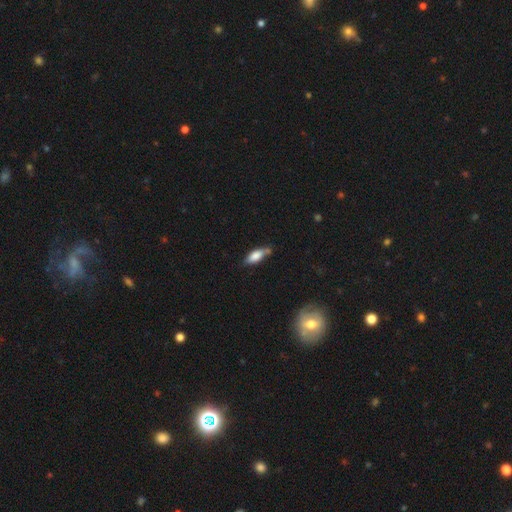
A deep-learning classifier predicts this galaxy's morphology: smooth-or-featured: smooth: 73% | featured or disk: 20% | star or artifact: 7%
  how-rounded: in between: 71% | cigar-shaped: 26% | round: 2%
  merging: none: 57% | minor disturbance: 30% | major disturbance: 7% | merger: 6%